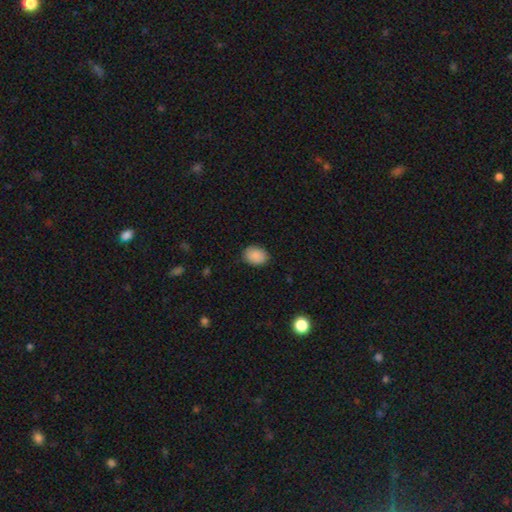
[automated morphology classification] smooth_or_featured: smooth (p=0.89) [alt: star or artifact p=0.07]
how_rounded: in between (p=0.69) [alt: round p=0.31]
merging: none (p=0.84) [alt: minor disturbance p=0.12]